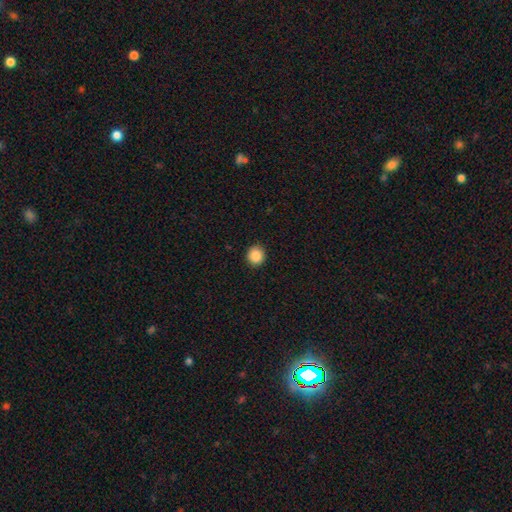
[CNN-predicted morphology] A smooth galaxy with no disk features (88%) that is round (91%). Merging: none (92%).